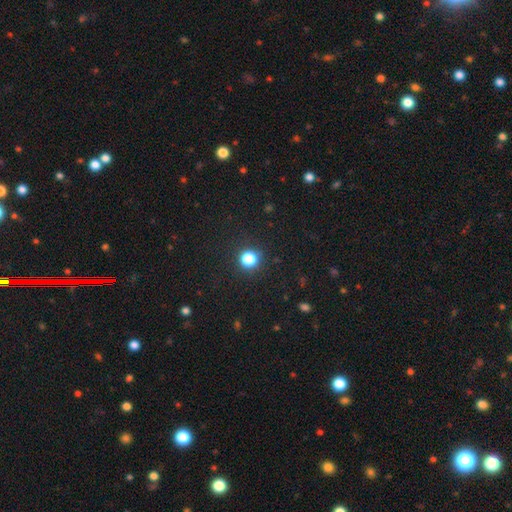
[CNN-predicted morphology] Smooth or featured: smooth — 56% (star or artifact — 40%)
How rounded: round — 94% (in between — 4%)
Merging: none — 91% (minor disturbance — 5%)